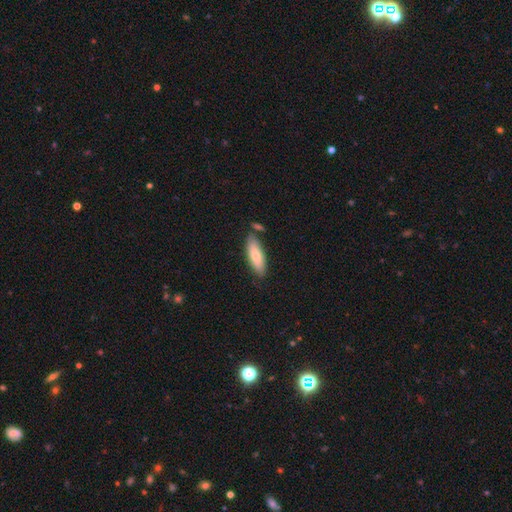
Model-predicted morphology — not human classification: Overall: smooth (74%). How rounded: in between (62%; cigar-shaped 36%). Merging: none (74%).